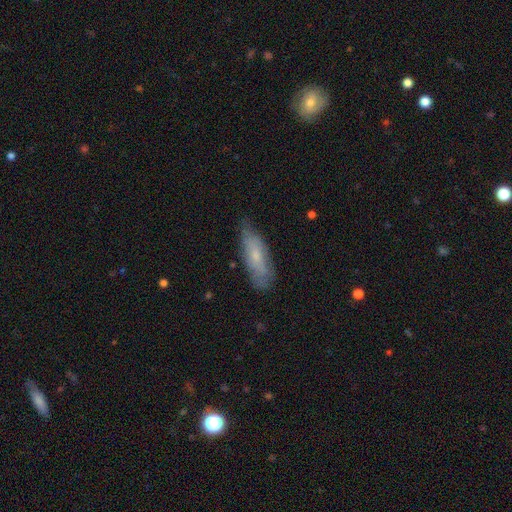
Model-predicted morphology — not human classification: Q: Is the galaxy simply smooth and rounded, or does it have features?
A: smooth — 59%.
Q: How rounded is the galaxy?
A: in between — 54%.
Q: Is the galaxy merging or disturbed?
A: none — 68%.